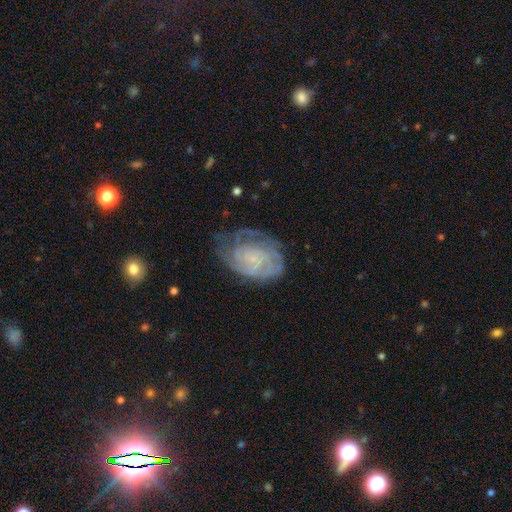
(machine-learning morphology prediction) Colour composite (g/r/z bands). It shows a featured or disk galaxy (62%) with no bar (70%), spiral arms (83%) and a small central bulge (45%). Merging: none (63%).